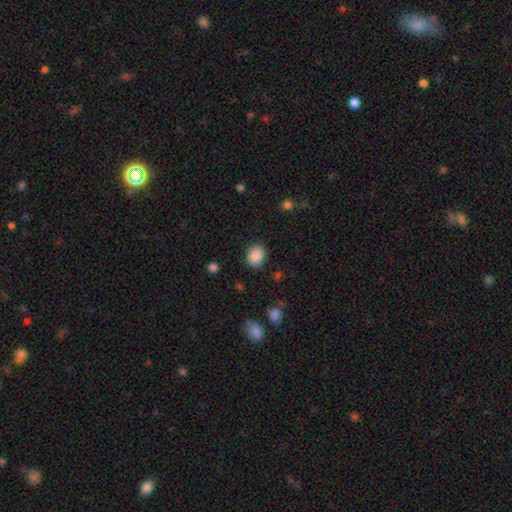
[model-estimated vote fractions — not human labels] Smooth or featured? smooth (87%)
How rounded? round (52%)
Merging? none (86%)